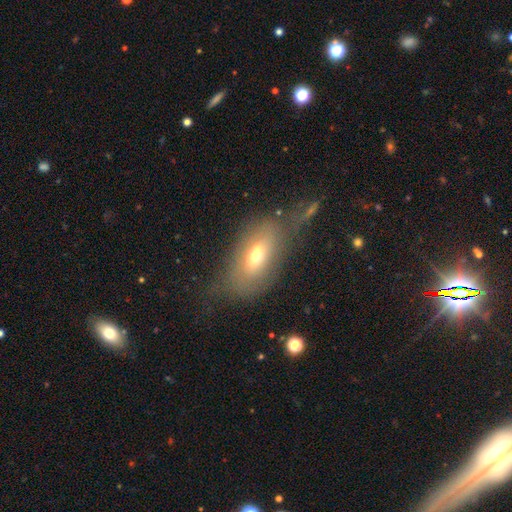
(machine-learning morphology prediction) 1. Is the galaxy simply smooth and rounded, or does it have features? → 54% smooth, 34% featured or disk, 12% star or artifact.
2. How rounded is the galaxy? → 83% in between, 10% cigar-shaped, 8% round.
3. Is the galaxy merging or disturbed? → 42% none, 22% minor disturbance, 21% major disturbance, 15% merger.